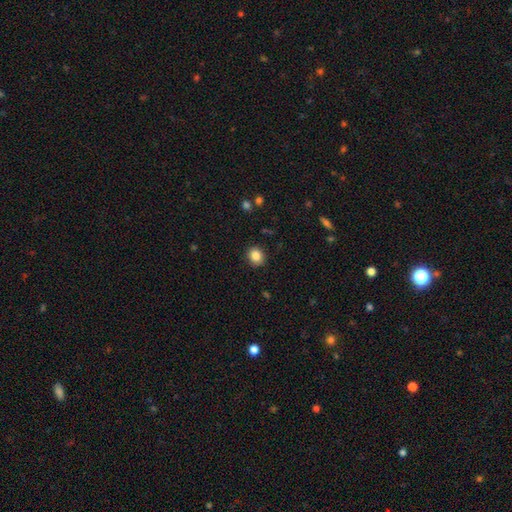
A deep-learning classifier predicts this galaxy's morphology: Smooth or featured? Predicted: smooth (p=0.85). How rounded? Predicted: round (p=0.74). Merging? Predicted: none (p=0.89).